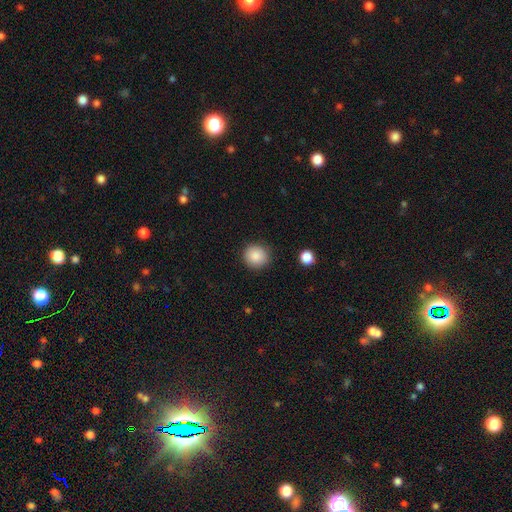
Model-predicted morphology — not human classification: A smooth galaxy with no disk features (88%) that is round (91%). Merging: none (88%).